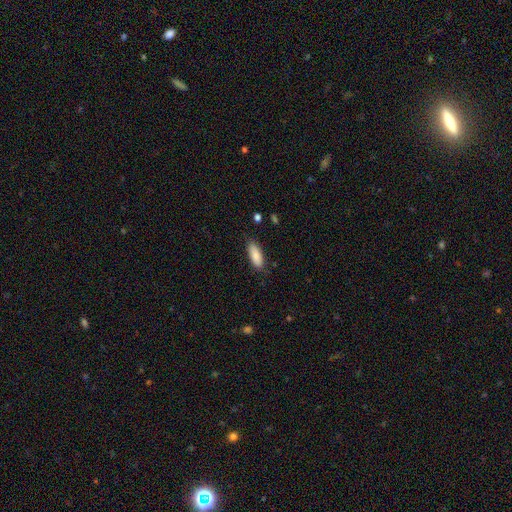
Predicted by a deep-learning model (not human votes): This appears to be a smooth galaxy with no disk features (87%) that is in between round and cigar-shaped (75%). Merging: none (82%).